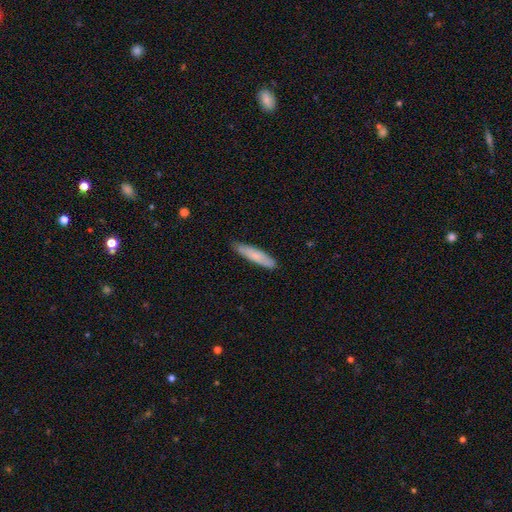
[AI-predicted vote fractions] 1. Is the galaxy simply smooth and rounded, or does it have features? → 78% smooth, 16% featured or disk, 6% star or artifact.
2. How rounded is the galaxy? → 85% cigar-shaped, 14% in between, 1% round.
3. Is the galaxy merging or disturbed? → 85% none, 12% minor disturbance, 2% major disturbance, 1% merger.